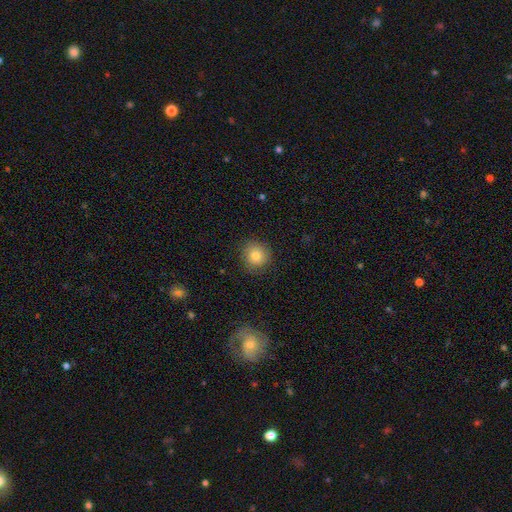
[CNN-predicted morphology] Overall: smooth (81%). How rounded: round (92%). Merging: none (86%).